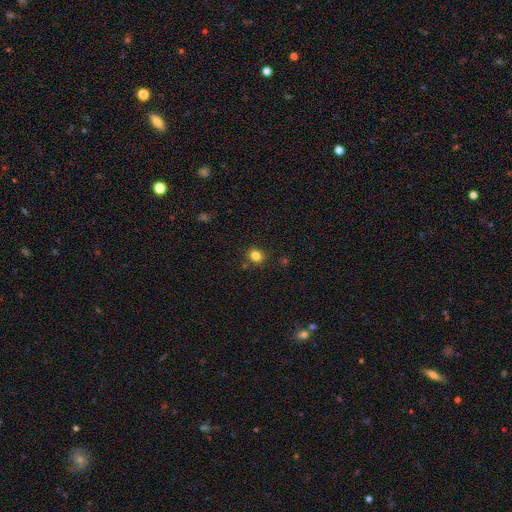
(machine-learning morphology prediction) smooth-or-featured: smooth: 81% | star or artifact: 13% | featured or disk: 6%
  how-rounded: round: 73% | in between: 26% | cigar-shaped: 1%
  merging: none: 84% | minor disturbance: 9% | merger: 4% | major disturbance: 3%